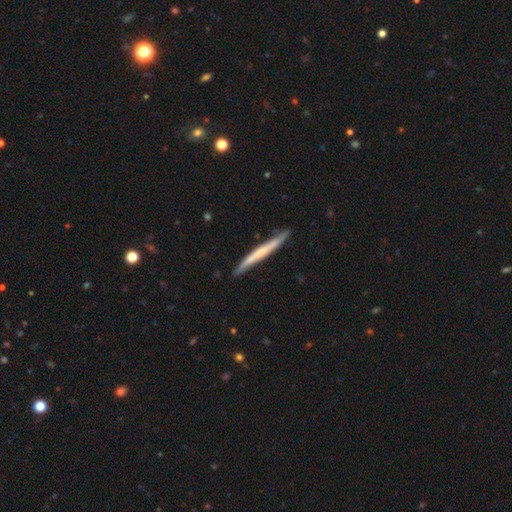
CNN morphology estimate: smooth_or_featured: featured or disk (p=0.54) [alt: smooth p=0.40]
disk_edge_on: yes (p=0.95) [alt: no p=0.05]
edge_on_bulge: none (p=0.71) [alt: rounded p=0.22]
merging: none (p=0.87) [alt: minor disturbance p=0.10]